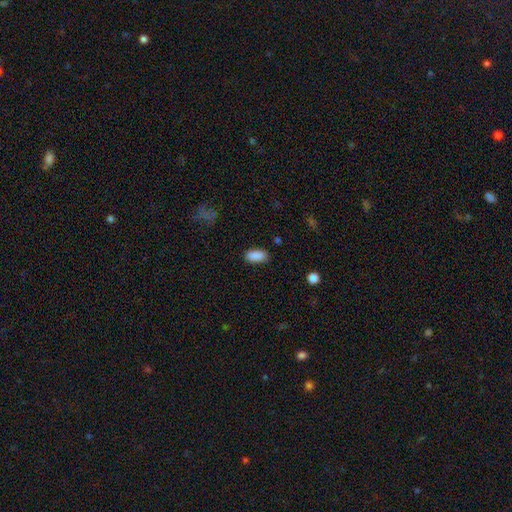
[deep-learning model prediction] smooth-or-featured: smooth: 89% | star or artifact: 8% | featured or disk: 3%
  how-rounded: in between: 92% | cigar-shaped: 6% | round: 3%
  merging: none: 85% | minor disturbance: 11% | major disturbance: 3% | merger: 1%